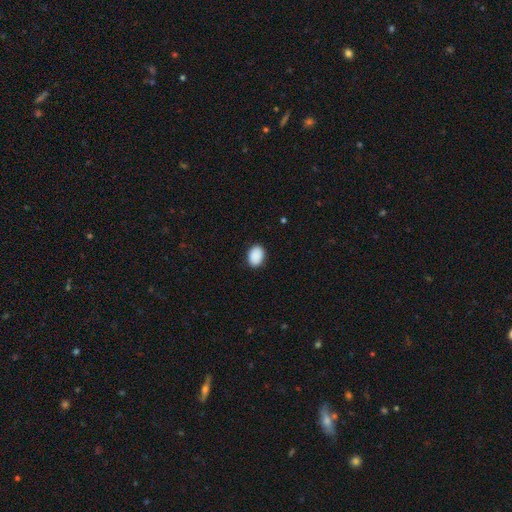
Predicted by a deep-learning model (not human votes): A smooth galaxy with no disk features (91%) that is in between round and cigar-shaped (79%). Merging: none (89%).